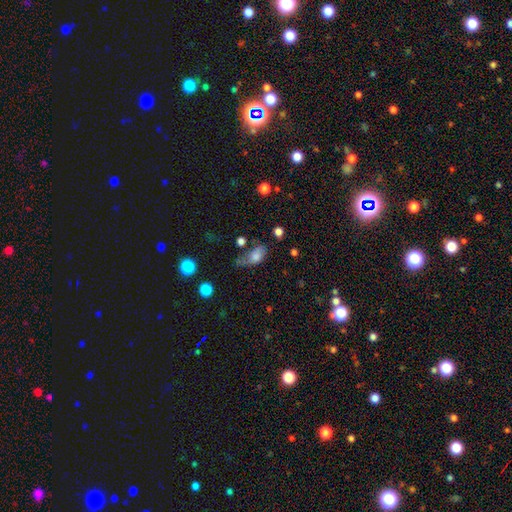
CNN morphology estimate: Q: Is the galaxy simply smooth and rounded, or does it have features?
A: smooth — 73%.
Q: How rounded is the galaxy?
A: in between — 86%.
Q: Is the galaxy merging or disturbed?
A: minor disturbance — 35%.